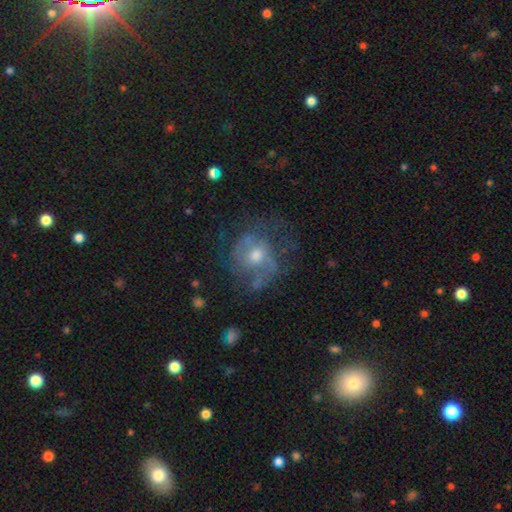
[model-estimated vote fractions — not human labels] Smooth or featured? featured or disk (65%)
Edge-on disk? no (97%)
Bar? no (70%)
Spiral arms? yes (68%)
Bulge size? moderate (64%)
Merging? none (51%)